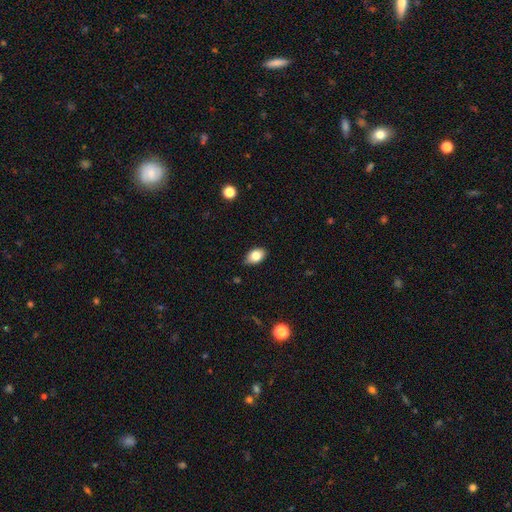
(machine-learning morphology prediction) type=smooth (81%); roundness=in between (85%); merging=none (79%).